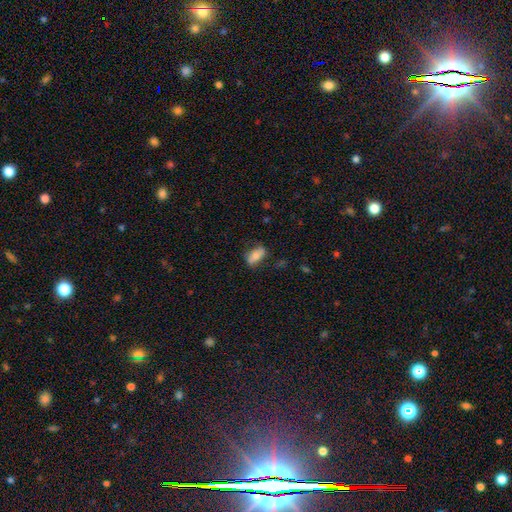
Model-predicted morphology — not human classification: Q: Smooth or featured?
A: smooth (74%); runner-up: featured or disk (18%)
Q: How rounded?
A: in between (85%); runner-up: cigar-shaped (10%)
Q: Merging?
A: none (66%); runner-up: minor disturbance (23%)